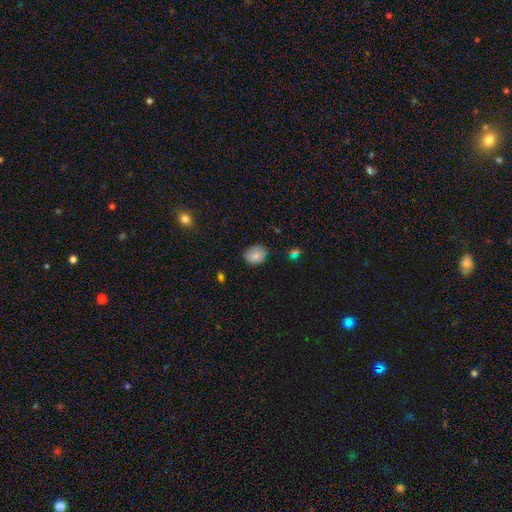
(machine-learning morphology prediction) The model was most divided on "how rounded": round: 62%, in between: 37%, cigar-shaped: 1%. More confident: smooth or featured — smooth (78%); merging — none (74%).